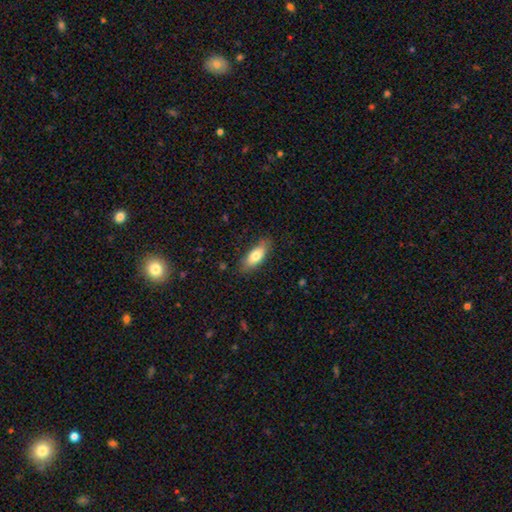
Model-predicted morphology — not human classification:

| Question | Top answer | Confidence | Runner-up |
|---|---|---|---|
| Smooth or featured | smooth | 75% | featured or disk (18%) |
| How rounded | in between | 75% | cigar-shaped (23%) |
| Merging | none | 81% | minor disturbance (15%) |